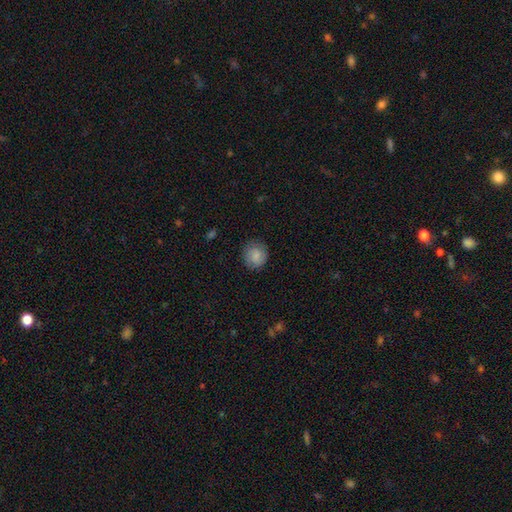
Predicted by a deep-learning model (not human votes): The model was most divided on "how rounded": round: 80%, in between: 19%, cigar-shaped: 1%. More confident: smooth or featured — smooth (83%); merging — none (82%).